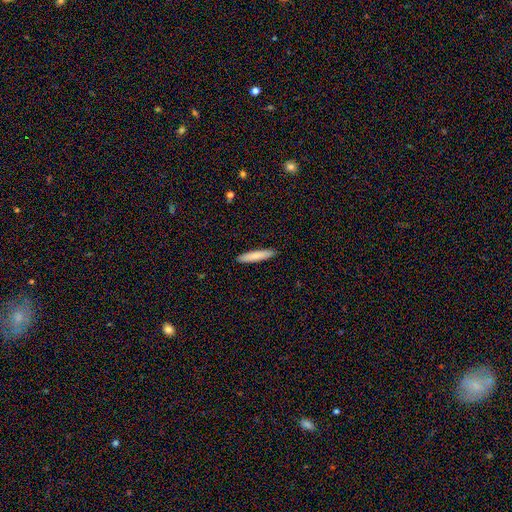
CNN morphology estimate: Smooth or featured? Predicted: smooth (p=0.78). How rounded? Predicted: cigar-shaped (p=0.88). Merging? Predicted: none (p=0.91).